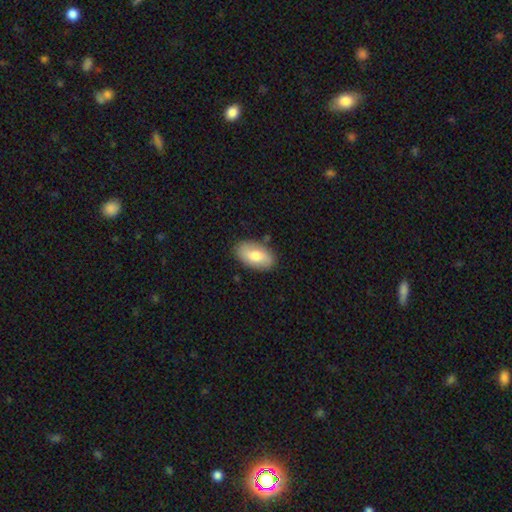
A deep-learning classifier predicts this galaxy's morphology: type=smooth (68%); roundness=in between (93%); merging=none (84%).